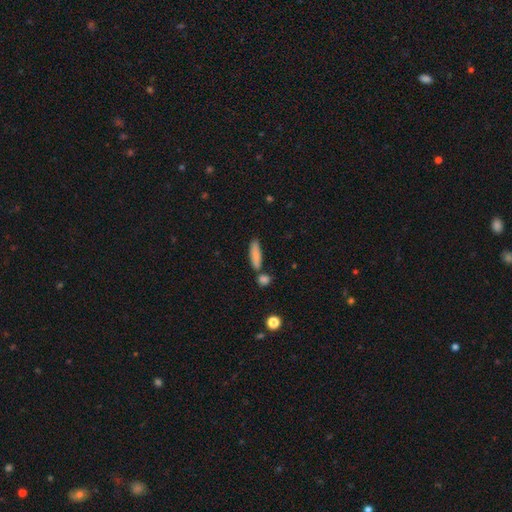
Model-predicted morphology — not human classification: This is clearly a smooth galaxy (82%). How rounded: likely cigar-shaped (65%). Merging: likely none (71%).